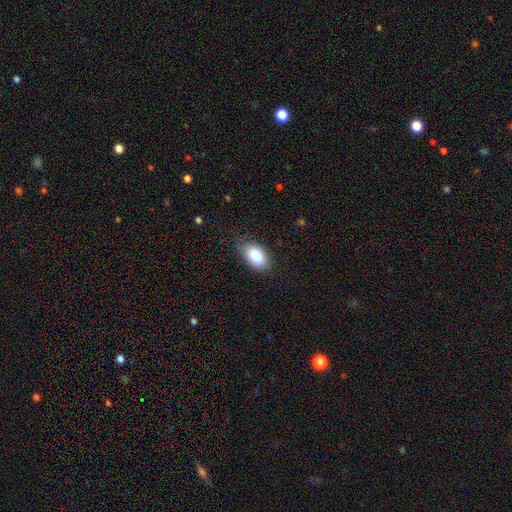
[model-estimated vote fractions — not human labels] A smooth galaxy with no disk features (86%) that is in between round and cigar-shaped (92%). Merging: none (77%).